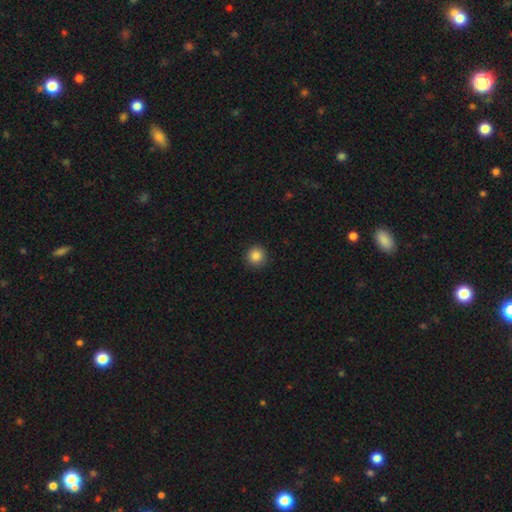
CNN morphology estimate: A smooth galaxy with no disk features (86%) that is round (95%). Merging: none (92%).